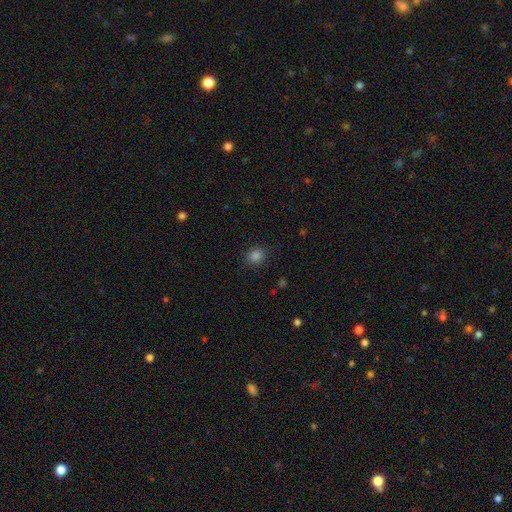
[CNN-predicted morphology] The model was most divided on "how rounded": round: 69%, in between: 30%, cigar-shaped: 1%. More confident: merging — none (86%); smooth or featured — smooth (83%).